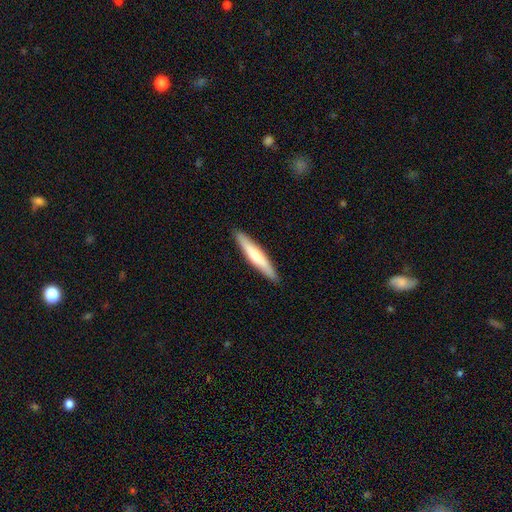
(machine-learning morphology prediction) Smooth or featured? smooth (60%)
How rounded? cigar-shaped (93%)
Merging? none (91%)